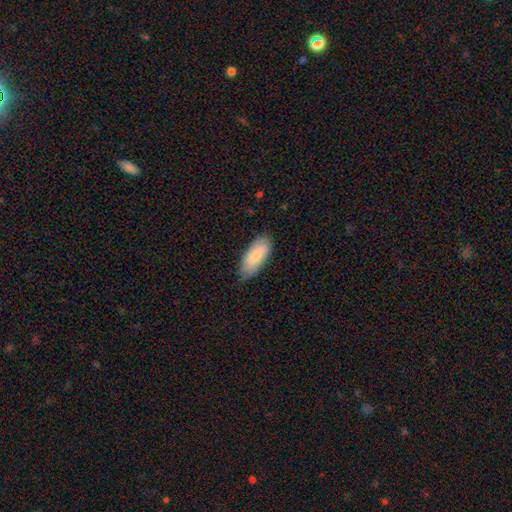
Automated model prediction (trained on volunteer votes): Smooth or featured?
  - smooth: 83% *
  - featured or disk: 11%
  - star or artifact: 6%
How rounded?
  - in between: 85% *
  - cigar-shaped: 13%
  - round: 2%
Merging?
  - none: 81% *
  - minor disturbance: 16%
  - major disturbance: 3%
  - merger: 1%